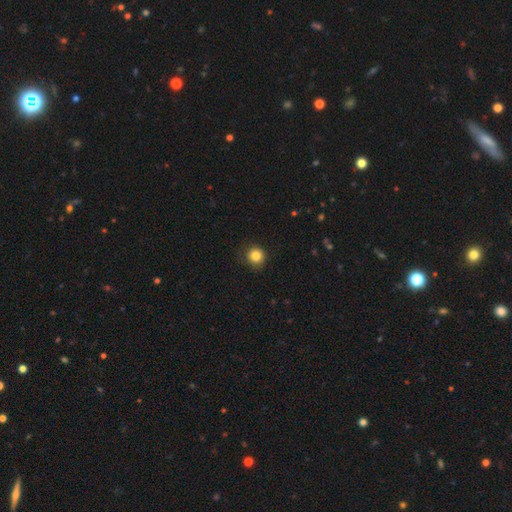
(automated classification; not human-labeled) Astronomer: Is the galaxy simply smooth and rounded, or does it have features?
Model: smooth — 84%.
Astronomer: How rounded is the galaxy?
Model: round — 92%.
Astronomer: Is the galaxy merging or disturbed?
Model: none — 81%.